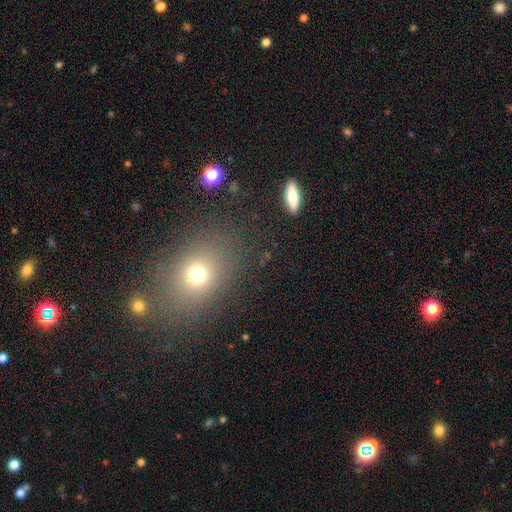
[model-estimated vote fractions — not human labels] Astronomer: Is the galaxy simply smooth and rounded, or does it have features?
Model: smooth — 63%.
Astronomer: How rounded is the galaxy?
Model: in between — 58% (runner-up: round, 40%).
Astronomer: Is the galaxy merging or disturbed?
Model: none — 83%.